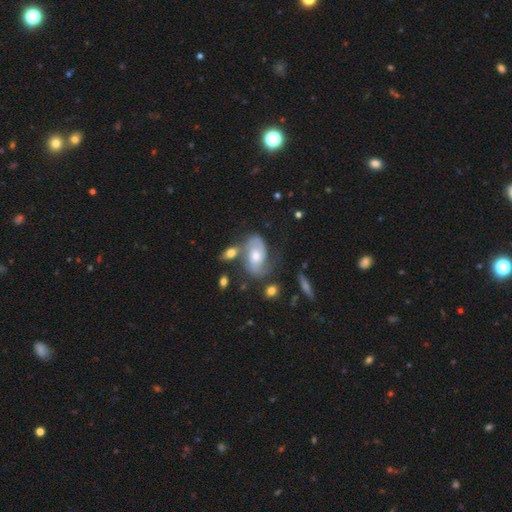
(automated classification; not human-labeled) Smooth or featured? Predicted: featured or disk (p=0.79). Edge-on disk? Predicted: no (p=0.96). Bar? Predicted: no (p=0.61). Spiral arms? Predicted: yes (p=0.94). Spiral winding? Predicted: medium (p=0.46). Spiral arm count? Predicted: 2 (p=0.81). Bulge size? Predicted: moderate (p=0.63). Merging? Predicted: none (p=0.50).